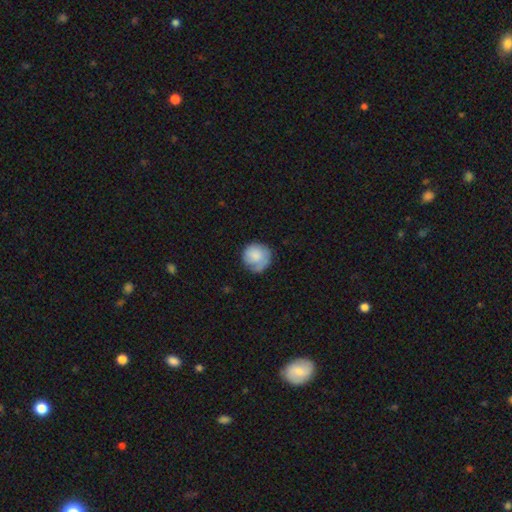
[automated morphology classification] Overall: smooth (77%). How rounded: round (91%). Merging: none (68%).